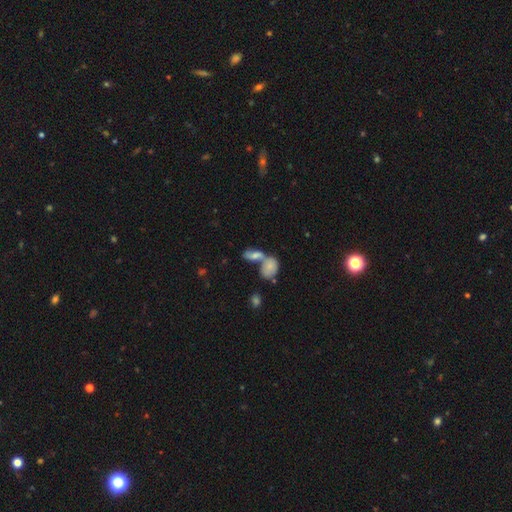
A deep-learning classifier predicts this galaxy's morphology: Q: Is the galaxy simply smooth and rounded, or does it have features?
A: smooth — 57%.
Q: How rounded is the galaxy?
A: in between — 75%.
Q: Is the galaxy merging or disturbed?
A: merger — 57%.